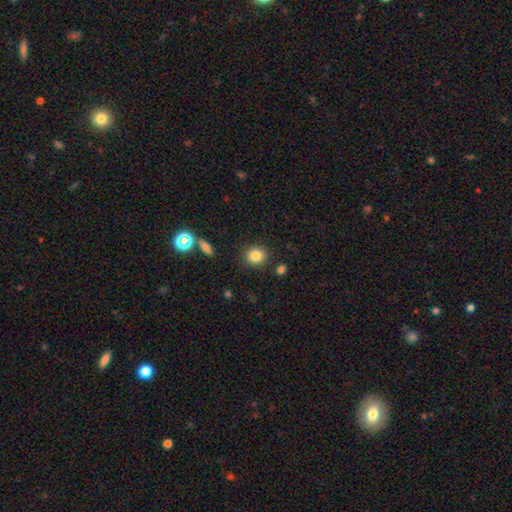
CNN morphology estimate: Q: Smooth or featured?
A: smooth (83%); runner-up: star or artifact (11%)
Q: How rounded?
A: round (85%); runner-up: in between (14%)
Q: Merging?
A: none (87%); runner-up: minor disturbance (8%)